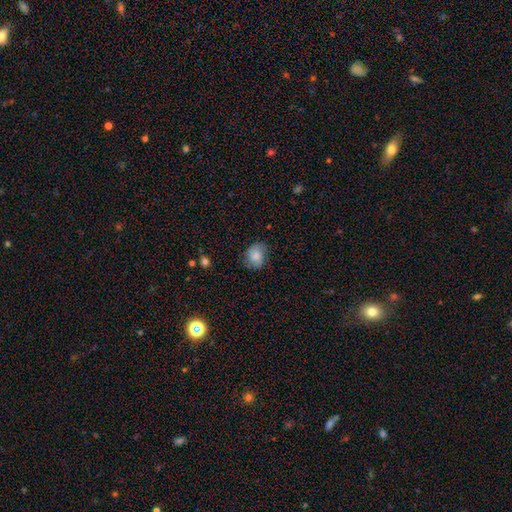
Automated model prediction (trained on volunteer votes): Smooth or featured? Predicted: smooth (p=0.73). How rounded? Predicted: round (p=0.54). Merging? Predicted: none (p=0.69).